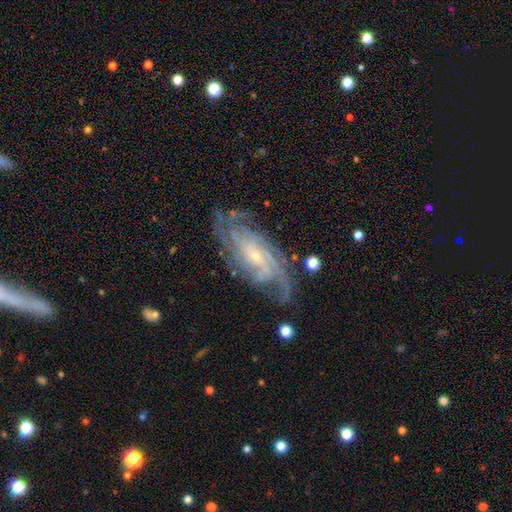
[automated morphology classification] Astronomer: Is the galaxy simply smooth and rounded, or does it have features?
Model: featured or disk — 89%.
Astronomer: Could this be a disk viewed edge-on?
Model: no — 94%.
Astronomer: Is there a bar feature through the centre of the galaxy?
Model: no — 60%.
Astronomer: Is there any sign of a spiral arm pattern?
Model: yes — 97%.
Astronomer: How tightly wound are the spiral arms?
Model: tight — 61%.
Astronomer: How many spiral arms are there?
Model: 4 — 26% (runner-up: can't tell, 25%).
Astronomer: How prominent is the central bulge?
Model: small — 77%.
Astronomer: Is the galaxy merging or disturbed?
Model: none — 75%.